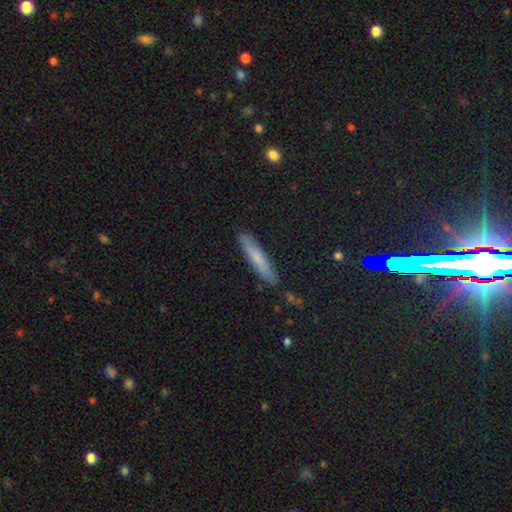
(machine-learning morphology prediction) The model was most divided on "smooth or featured": smooth: 64%, featured or disk: 28%, star or artifact: 8%. More confident: how rounded — cigar-shaped (89%); merging — none (86%).